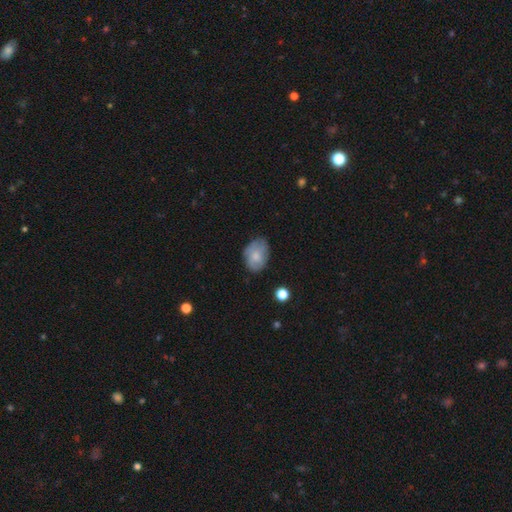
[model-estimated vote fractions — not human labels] smooth_or_featured: smooth (p=0.67) [alt: featured or disk p=0.26]
how_rounded: in between (p=0.77) [alt: round p=0.21]
merging: none (p=0.67) [alt: minor disturbance p=0.25]